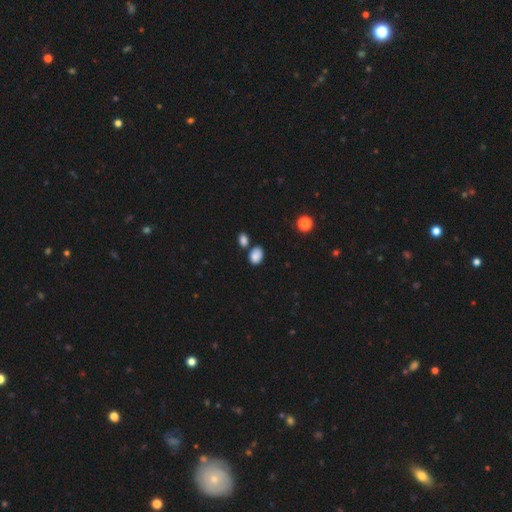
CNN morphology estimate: Smooth or featured: smooth — 85% (star or artifact — 10%)
How rounded: in between — 75% (round — 24%)
Merging: none — 67% (merger — 16%)